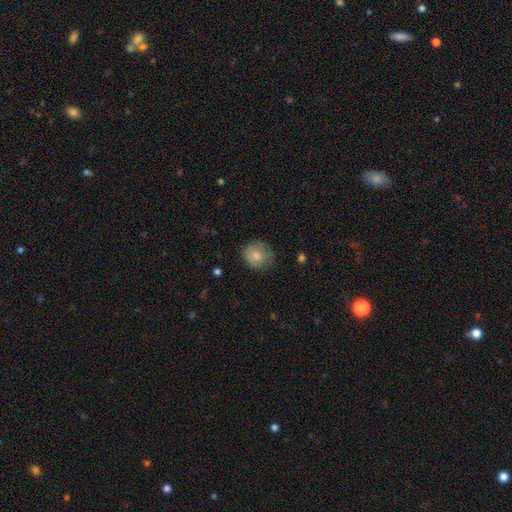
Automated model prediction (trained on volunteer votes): Overall: smooth (76%). How rounded: round (82%). Merging: none (65%; minor disturbance 26%).